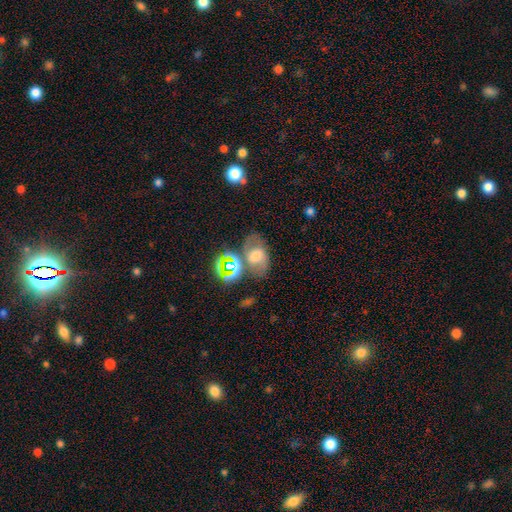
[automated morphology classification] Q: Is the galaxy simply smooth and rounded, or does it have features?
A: featured or disk — 41%.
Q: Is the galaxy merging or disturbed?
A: none — 62%.